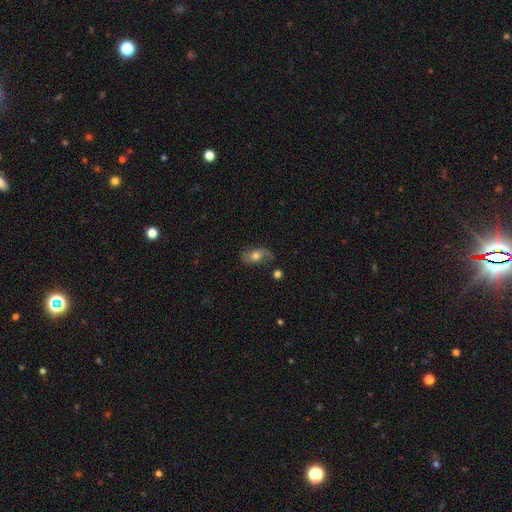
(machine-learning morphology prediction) featured or disk 48%, smooth 44%, star or artifact 9%. Down the decision tree: merging — none (65%).